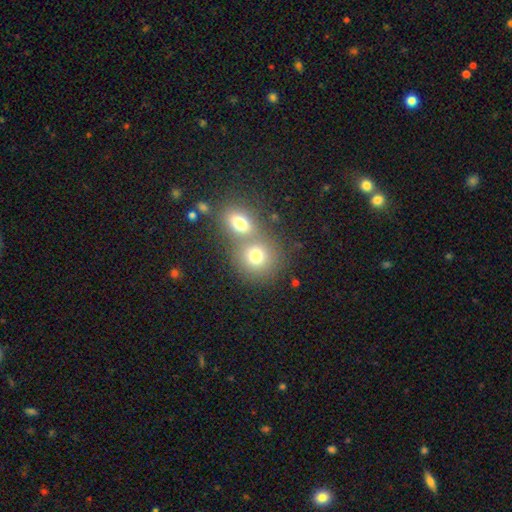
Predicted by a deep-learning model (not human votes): Smooth or featured? smooth (75%)
How rounded? round (79%)
Merging? merger (50%)